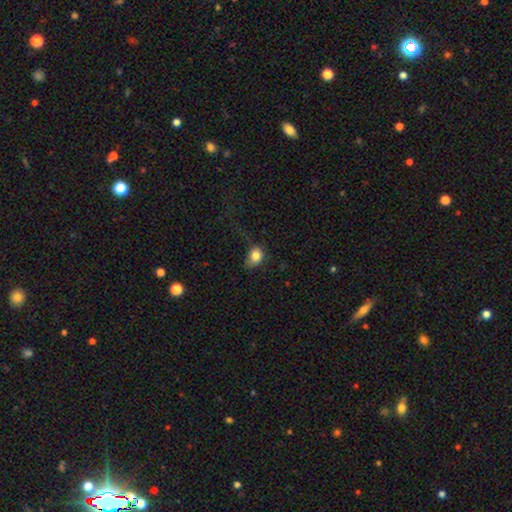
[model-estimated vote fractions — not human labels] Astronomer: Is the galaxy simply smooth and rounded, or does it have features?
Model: smooth — 82%.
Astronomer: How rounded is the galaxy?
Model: in between — 58% (runner-up: round, 41%).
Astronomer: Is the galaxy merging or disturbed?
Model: none — 44% (runner-up: minor disturbance, 32%).